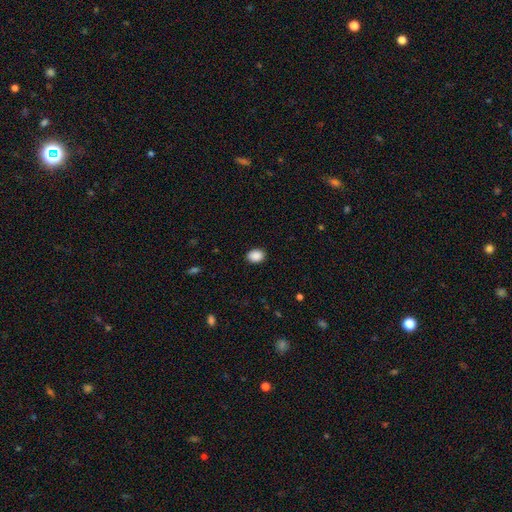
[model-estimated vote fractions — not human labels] Smooth or featured?
  - smooth: 90% *
  - star or artifact: 8%
  - featured or disk: 2%
How rounded?
  - in between: 64% *
  - round: 35%
  - cigar-shaped: 1%
Merging?
  - none: 90% *
  - minor disturbance: 7%
  - major disturbance: 2%
  - merger: 1%